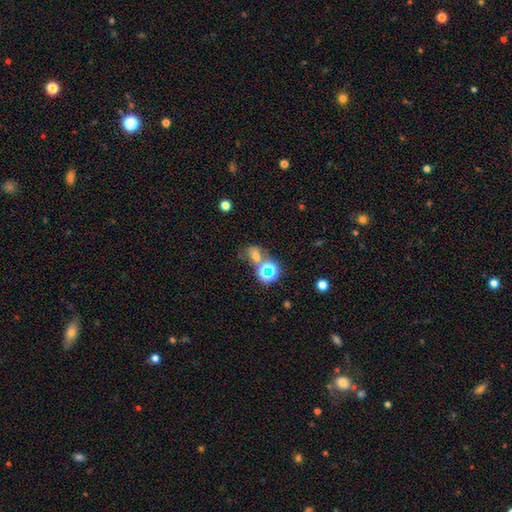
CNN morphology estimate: smooth 49%, star or artifact 36%, featured or disk 15%. Down the decision tree: merging — none (47%).